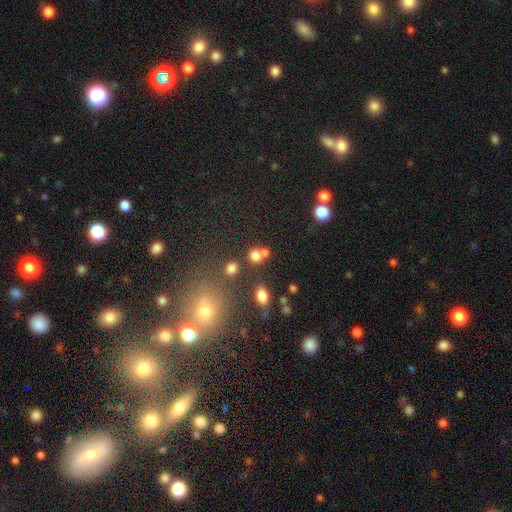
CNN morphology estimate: type=smooth (74%); roundness=round (75%); merging=none (52%).